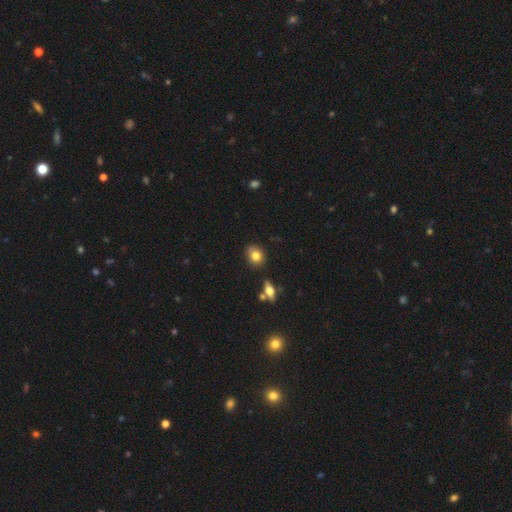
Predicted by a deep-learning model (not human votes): A smooth galaxy with no disk features (80%) that is round (50%). Merging: none (81%).